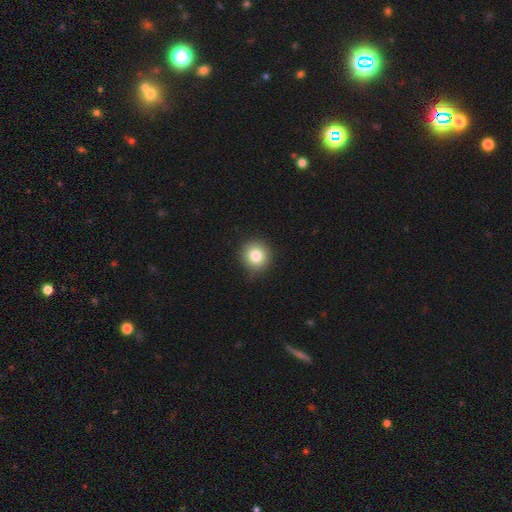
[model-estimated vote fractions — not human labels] This is clearly a smooth galaxy (82%). How rounded: clearly round (90%). Merging: clearly none (87%).